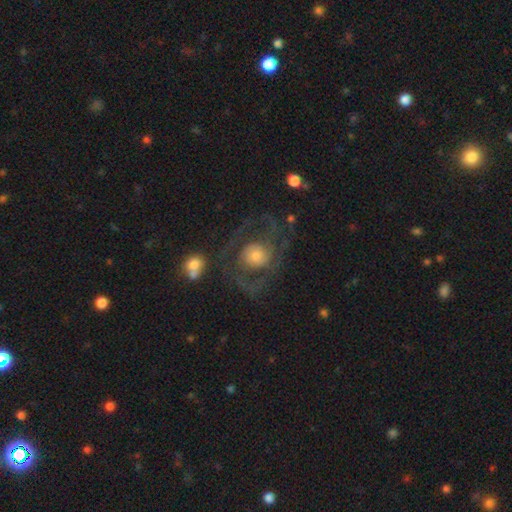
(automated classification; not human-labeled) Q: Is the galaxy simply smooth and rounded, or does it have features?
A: featured or disk — 77%.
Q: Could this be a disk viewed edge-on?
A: no — 97%.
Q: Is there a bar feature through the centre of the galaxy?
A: no — 77%.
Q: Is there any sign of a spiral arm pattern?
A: yes — 86%.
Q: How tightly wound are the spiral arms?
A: medium — 46%.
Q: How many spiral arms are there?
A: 2 — 48%.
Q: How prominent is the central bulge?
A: moderate — 43%.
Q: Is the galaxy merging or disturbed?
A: none — 59%.